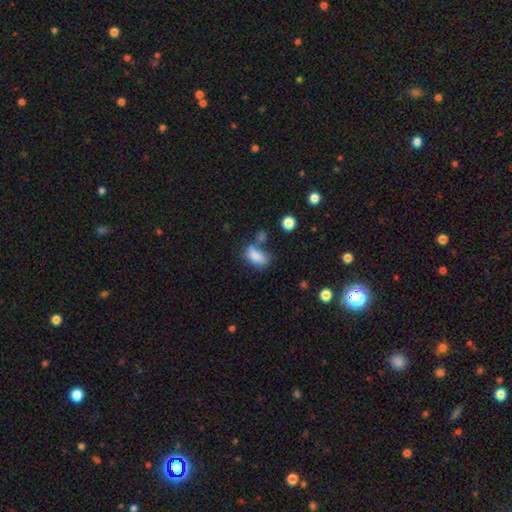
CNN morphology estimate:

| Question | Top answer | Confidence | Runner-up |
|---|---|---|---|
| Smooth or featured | smooth | 83% | star or artifact (9%) |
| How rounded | in between | 89% | cigar-shaped (6%) |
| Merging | none | 47% | merger (22%) |